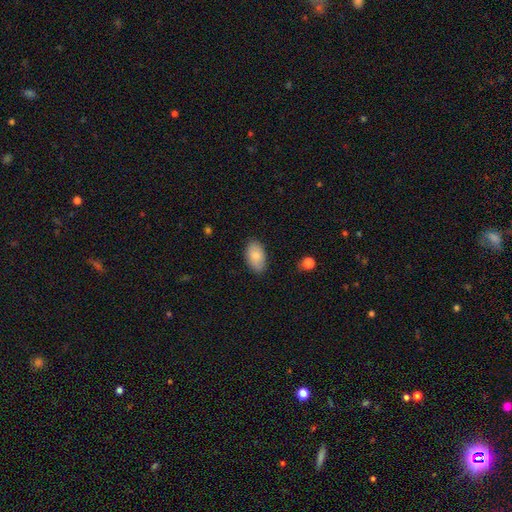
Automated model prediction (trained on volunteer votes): Smooth or featured?
  - smooth: 84% *
  - featured or disk: 10%
  - star or artifact: 6%
How rounded?
  - in between: 94% *
  - round: 5%
  - cigar-shaped: 2%
Merging?
  - none: 84% *
  - minor disturbance: 12%
  - major disturbance: 3%
  - merger: 1%